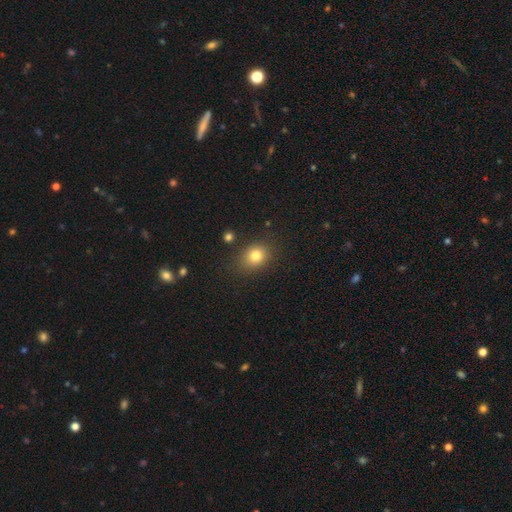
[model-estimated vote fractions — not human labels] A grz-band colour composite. It shows a smooth galaxy with no disk features (80%) that is round (55%). Merging: none (82%).